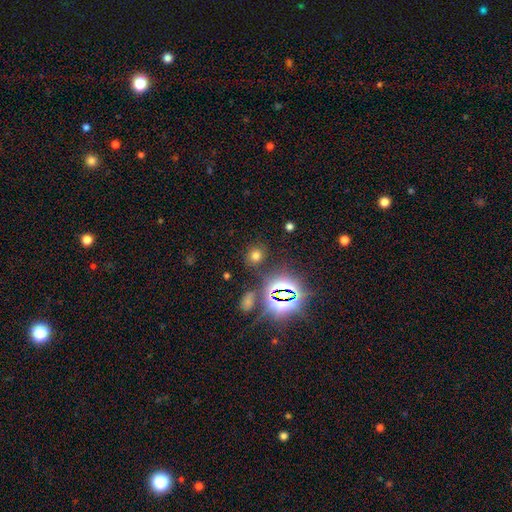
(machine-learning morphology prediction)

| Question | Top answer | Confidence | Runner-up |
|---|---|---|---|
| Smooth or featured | smooth | 62% | star or artifact (30%) |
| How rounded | round | 72% | in between (27%) |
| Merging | none | 82% | minor disturbance (10%) |